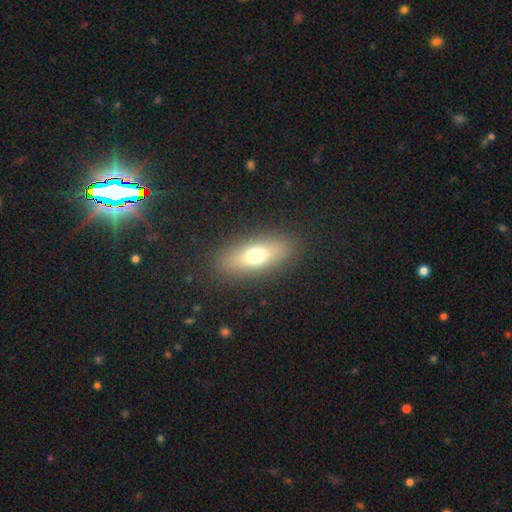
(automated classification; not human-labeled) This appears to be a smooth galaxy with no disk features (68%) that is in between round and cigar-shaped (62%). Merging: none (88%).